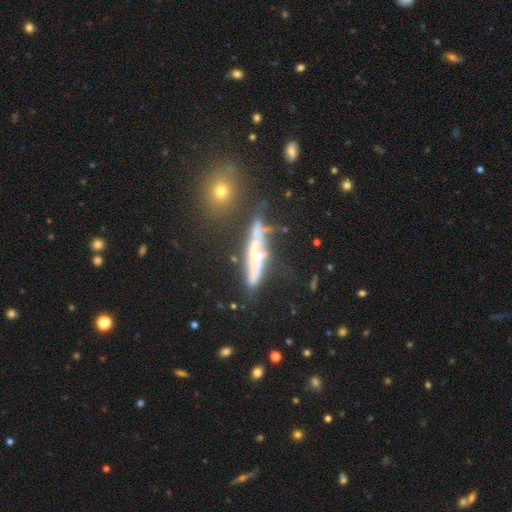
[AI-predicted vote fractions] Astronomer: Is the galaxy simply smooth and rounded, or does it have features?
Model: featured or disk — 65%.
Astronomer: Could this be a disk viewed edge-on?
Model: yes — 72%.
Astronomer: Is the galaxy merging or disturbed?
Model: none — 55%.